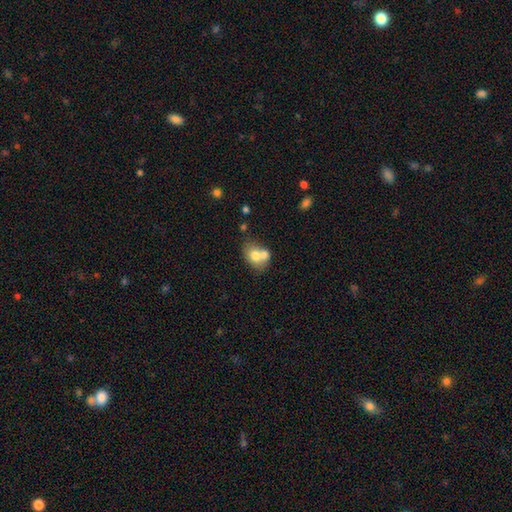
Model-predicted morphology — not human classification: smooth-or-featured: smooth: 69% | featured or disk: 21% | star or artifact: 9%
  how-rounded: in between: 57% | round: 42% | cigar-shaped: 1%
  merging: merger: 53% | none: 33% | minor disturbance: 10% | major disturbance: 4%